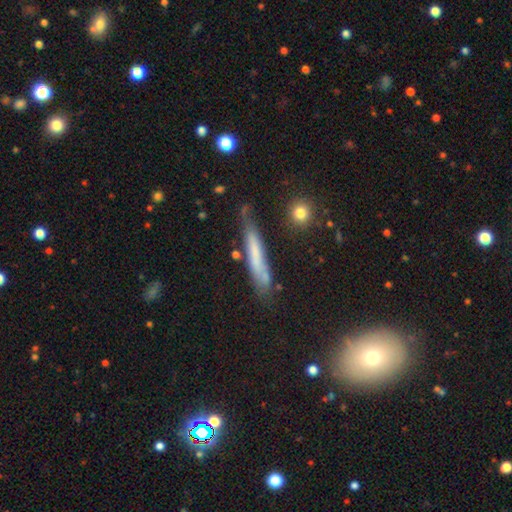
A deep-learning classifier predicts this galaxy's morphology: A smooth galaxy with no disk features (53%) that is cigar-shaped (92%).

Vote fractions:
- Smooth or featured? smooth: 53% / featured or disk: 38% / star or artifact: 9%
- How rounded? cigar-shaped: 92% / in between: 7% / round: 2%
- Merging? none: 65% / minor disturbance: 24% / major disturbance: 6% / merger: 5%